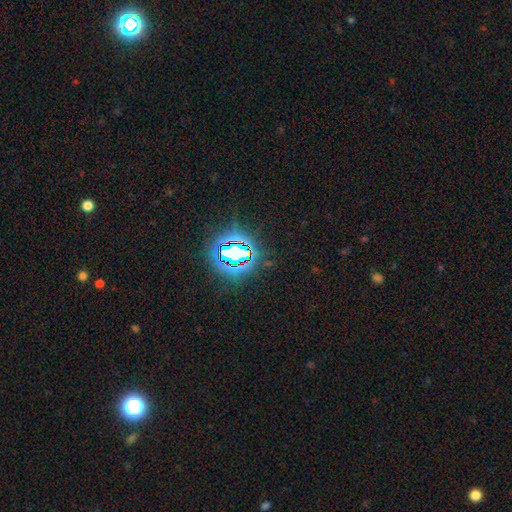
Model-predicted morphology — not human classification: This is likely a star or artifact rather than a galaxy (80%).